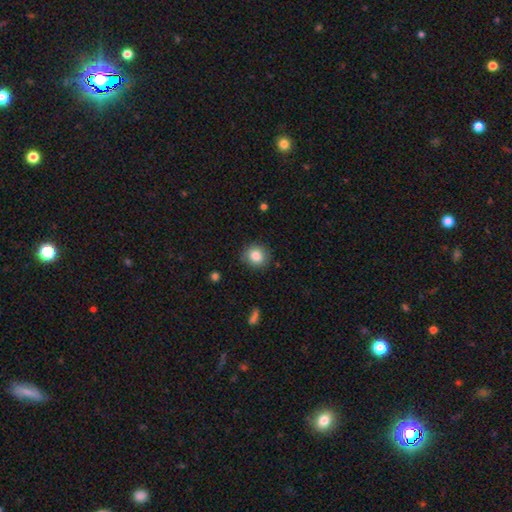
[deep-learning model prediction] Overall: smooth (85%). How rounded: round (84%). Merging: none (85%).